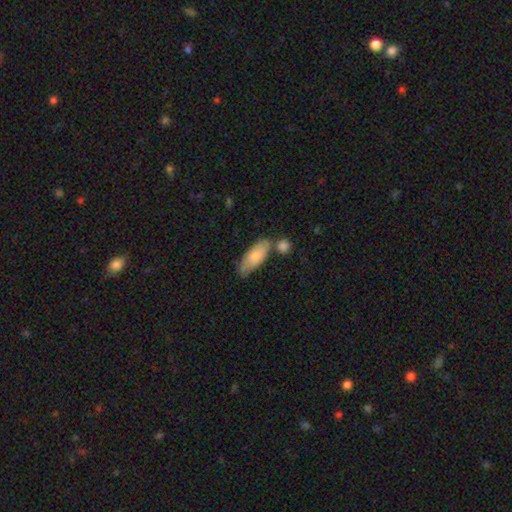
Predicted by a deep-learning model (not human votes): smooth_or_featured: smooth (p=0.79) [alt: featured or disk p=0.16]
how_rounded: in between (p=0.73) [alt: cigar-shaped p=0.25]
merging: none (p=0.59) [alt: minor disturbance p=0.20]